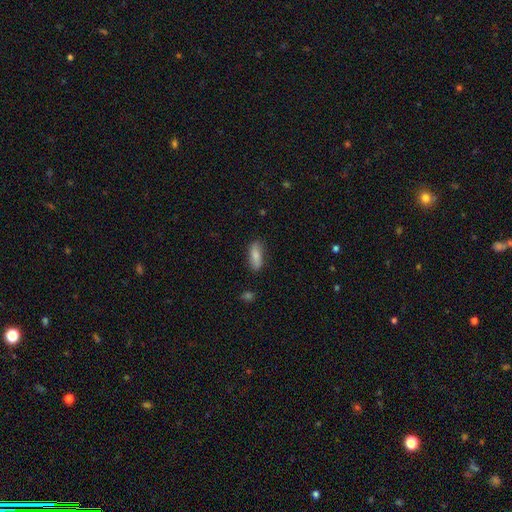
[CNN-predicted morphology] Smooth or featured? Predicted: smooth (p=0.82). How rounded? Predicted: in between (p=0.63). Merging? Predicted: none (p=0.82).